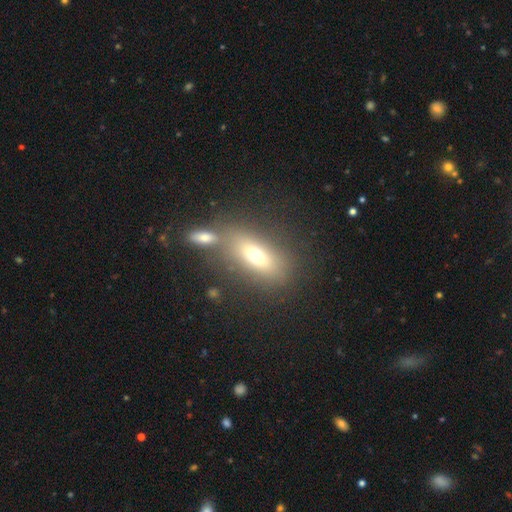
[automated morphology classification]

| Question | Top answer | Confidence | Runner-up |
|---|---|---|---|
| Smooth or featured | smooth | 64% | featured or disk (24%) |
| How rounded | in between | 72% | cigar-shaped (21%) |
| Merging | none | 63% | merger (21%) |